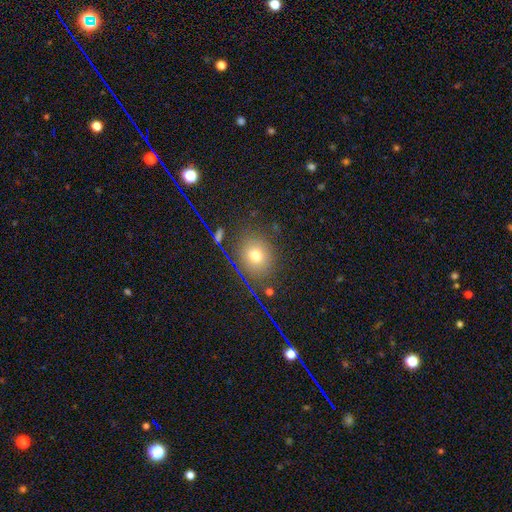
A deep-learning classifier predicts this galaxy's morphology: Smooth or featured? smooth (68%)
How rounded? round (70%)
Merging? none (82%)